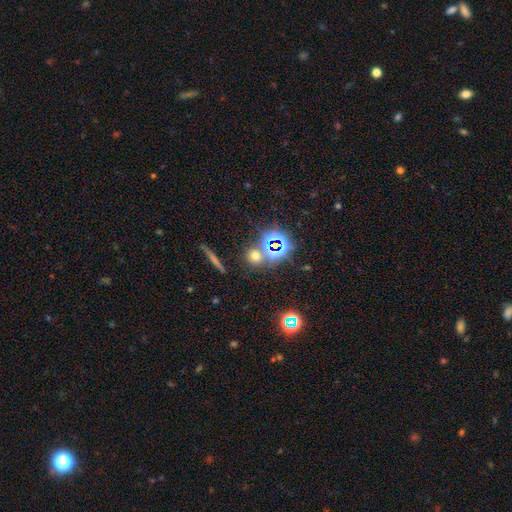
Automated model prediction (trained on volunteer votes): The model was most divided on "smooth or featured": smooth: 53%, star or artifact: 37%, featured or disk: 10%. More confident: how rounded — round (85%); merging — none (73%).